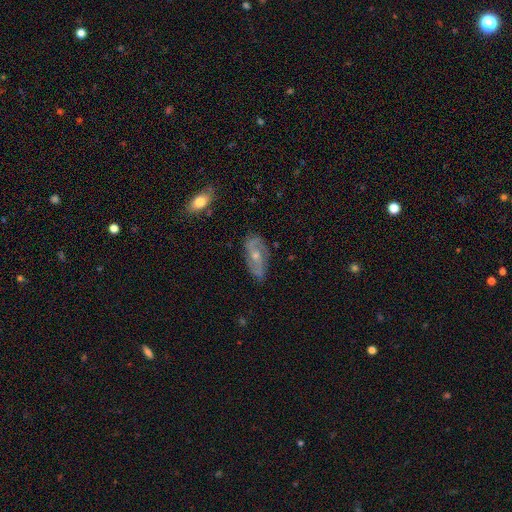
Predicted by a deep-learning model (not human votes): Morphology: type=featured or disk (71%); edge-on=no (90%); bar=no (55%); spiral arms=yes (84%); winding=medium (42%); arm count=2 (69%); bulge=moderate (48%); merging=none (75%).